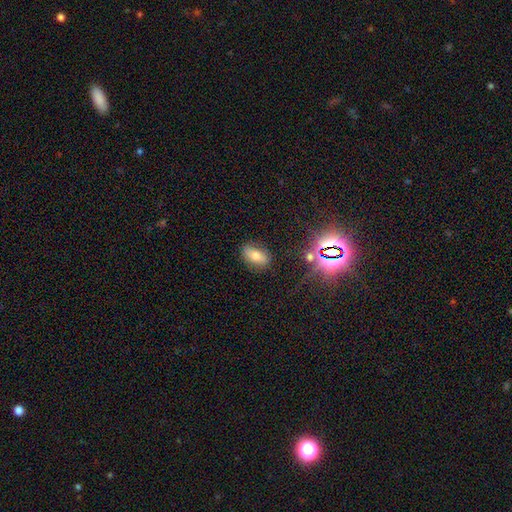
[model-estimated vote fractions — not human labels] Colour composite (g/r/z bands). It shows a smooth galaxy with no disk features (68%) that is in between round and cigar-shaped (87%). Merging: none (80%).